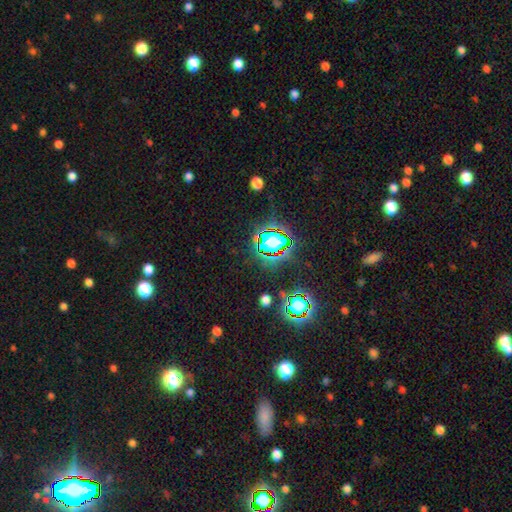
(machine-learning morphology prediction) This is clearly a star or artifact rather than a galaxy (81%).